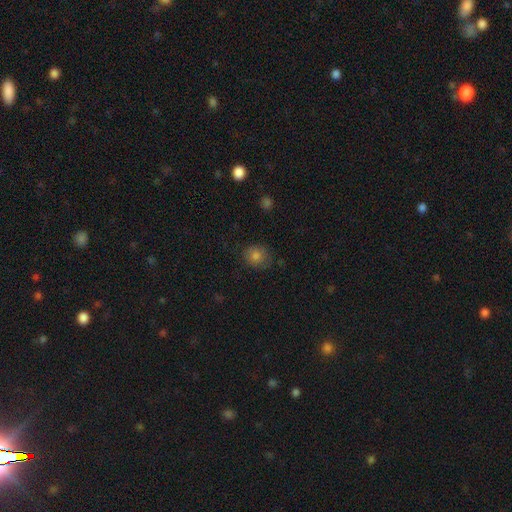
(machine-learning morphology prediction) smooth_or_featured: smooth (p=0.80) [alt: star or artifact p=0.12]
how_rounded: round (p=0.81) [alt: in between p=0.18]
merging: none (p=0.78) [alt: minor disturbance p=0.17]